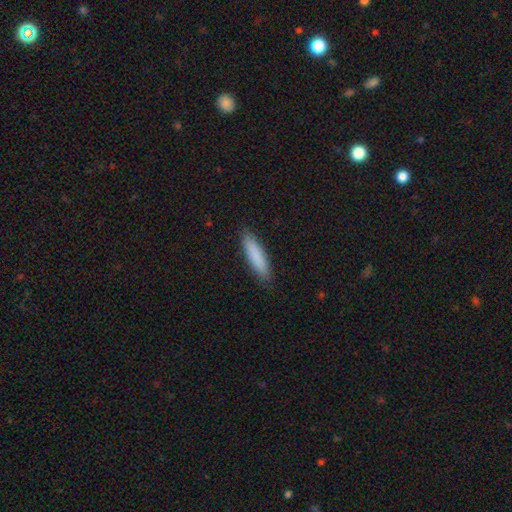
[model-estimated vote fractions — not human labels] Smooth or featured?
  - smooth: 85% *
  - featured or disk: 9%
  - star or artifact: 6%
How rounded?
  - cigar-shaped: 79% *
  - in between: 20%
  - round: 1%
Merging?
  - none: 89% *
  - minor disturbance: 9%
  - major disturbance: 2%
  - merger: 1%